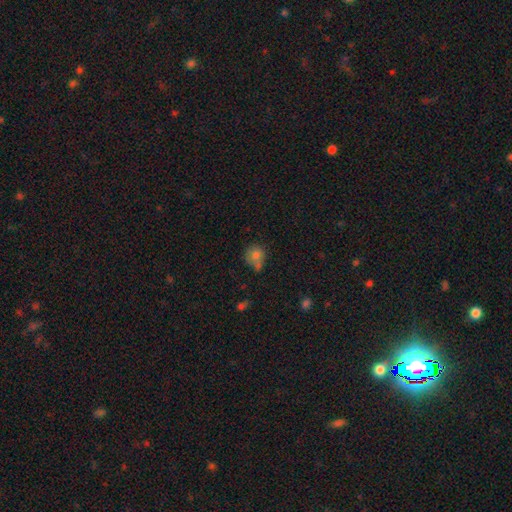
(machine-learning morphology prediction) Q: Smooth or featured?
A: smooth (78%); runner-up: star or artifact (12%)
Q: How rounded?
A: round (83%); runner-up: in between (16%)
Q: Merging?
A: none (53%); runner-up: minor disturbance (21%)